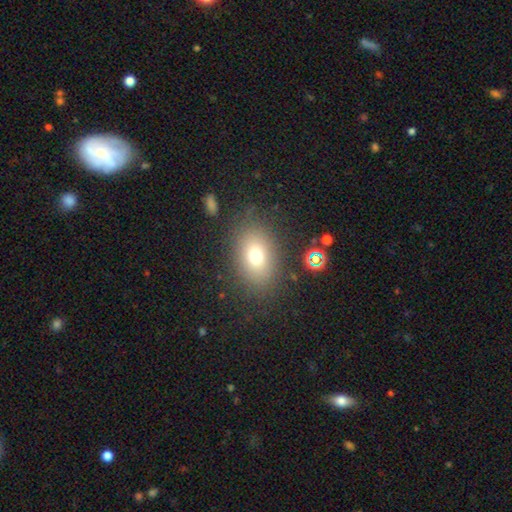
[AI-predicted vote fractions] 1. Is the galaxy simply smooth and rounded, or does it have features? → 71% smooth, 16% star or artifact, 14% featured or disk.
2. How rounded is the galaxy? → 71% in between, 27% round, 1% cigar-shaped.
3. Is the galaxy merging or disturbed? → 79% none, 12% minor disturbance, 7% major disturbance, 2% merger.